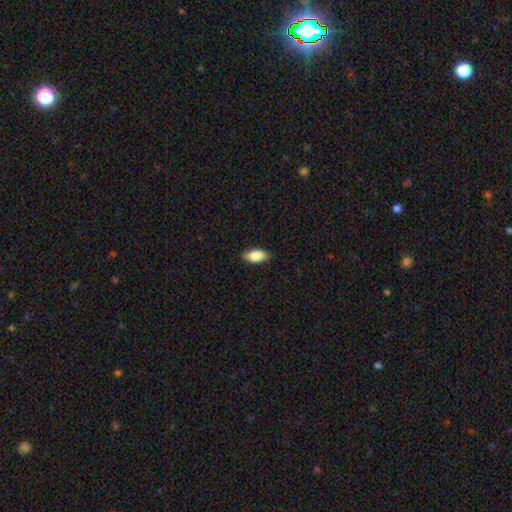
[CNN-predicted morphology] This is clearly a smooth galaxy (85%). How rounded: clearly in between (89%). Merging: clearly none (86%).